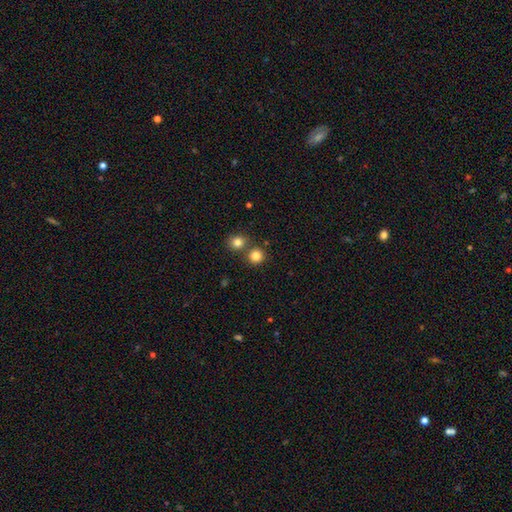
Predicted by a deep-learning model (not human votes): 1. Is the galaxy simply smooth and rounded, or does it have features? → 83% smooth, 12% star or artifact, 5% featured or disk.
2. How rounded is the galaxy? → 91% round, 8% in between, 1% cigar-shaped.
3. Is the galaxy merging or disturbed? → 71% none, 21% merger, 6% minor disturbance, 2% major disturbance.